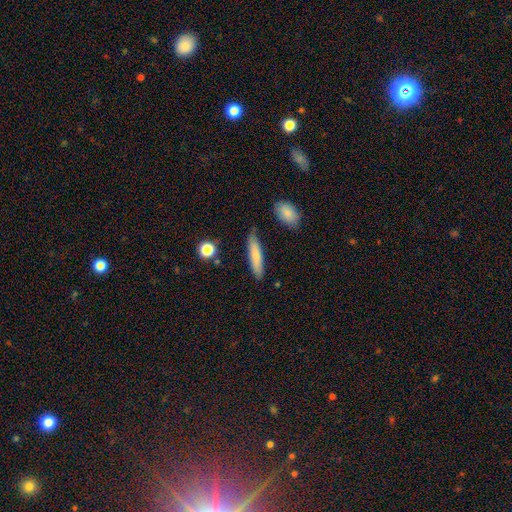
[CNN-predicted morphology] A smooth galaxy with no disk features (76%) that is cigar-shaped (83%).

Vote fractions:
- Smooth or featured? smooth: 76% / featured or disk: 17% / star or artifact: 6%
- How rounded? cigar-shaped: 83% / in between: 15% / round: 2%
- Merging? none: 85% / minor disturbance: 11% / merger: 3% / major disturbance: 2%